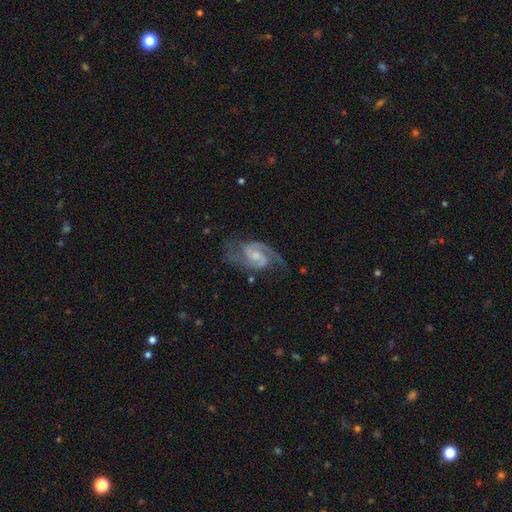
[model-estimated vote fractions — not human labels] Smooth or featured: featured or disk — 89% (smooth — 6%)
Edge-on disk: no — 97% (yes — 3%)
Bar: weak — 48% (no — 43%)
Spiral arms: yes — 97% (no — 3%)
Spiral winding: medium — 57% (tight — 22%)
Spiral arm count: 2 — 87% (1 — 4%)
Bulge size: small — 44% (moderate — 39%)
Merging: none — 66% (minor disturbance — 20%)